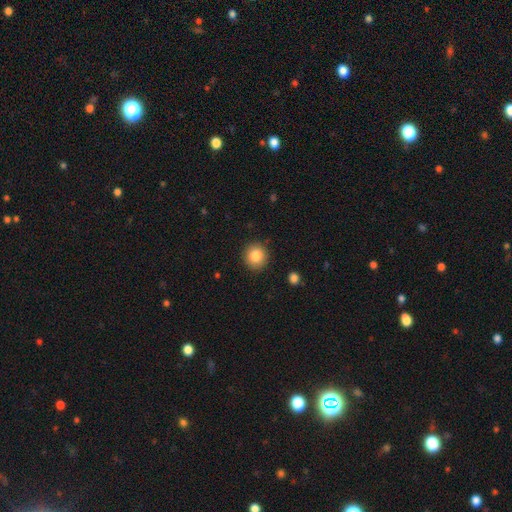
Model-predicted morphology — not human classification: This appears to be a smooth galaxy with no disk features (84%) that is round (91%). Merging: none (91%).